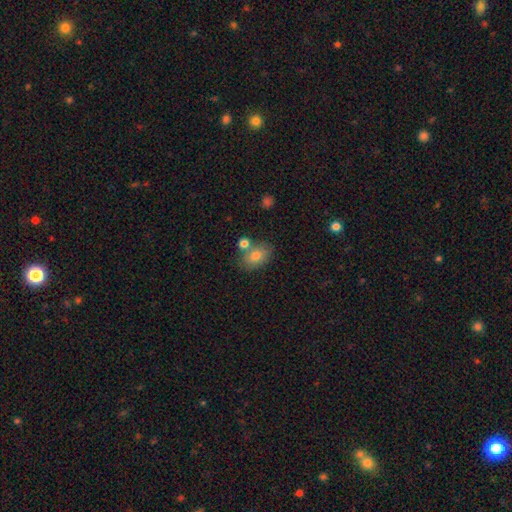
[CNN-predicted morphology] Smooth or featured?
  - smooth: 77% *
  - featured or disk: 14%
  - star or artifact: 9%
How rounded?
  - in between: 75% *
  - round: 24%
  - cigar-shaped: 1%
Merging?
  - none: 59% *
  - merger: 22%
  - minor disturbance: 15%
  - major disturbance: 4%